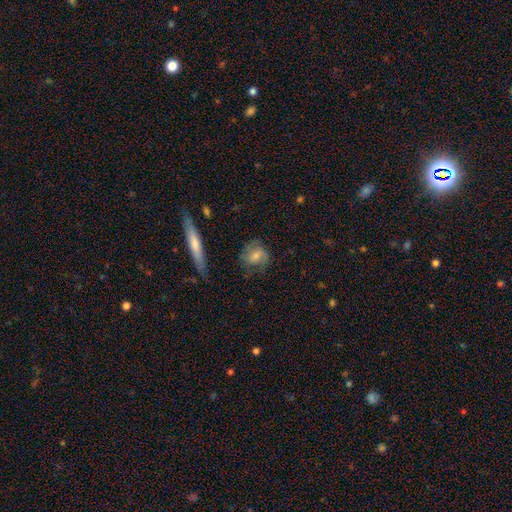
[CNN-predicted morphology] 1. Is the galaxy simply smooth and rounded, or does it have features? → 46% featured or disk, 45% smooth, 9% star or artifact.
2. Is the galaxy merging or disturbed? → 67% none, 22% minor disturbance, 9% major disturbance, 2% merger.